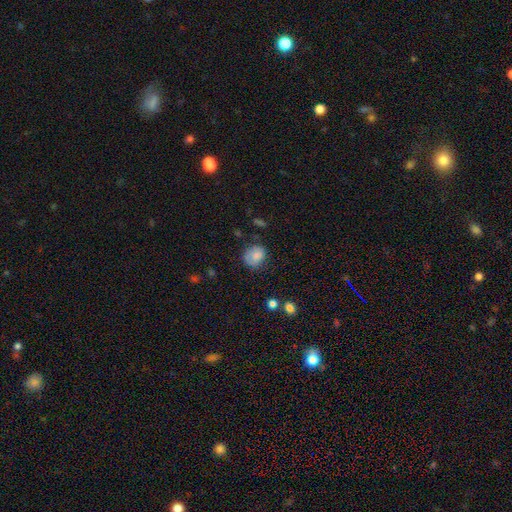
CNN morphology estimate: smooth-or-featured: smooth: 77% | featured or disk: 13% | star or artifact: 9%
  how-rounded: round: 62% | in between: 37% | cigar-shaped: 1%
  merging: none: 60% | minor disturbance: 28% | major disturbance: 10% | merger: 2%